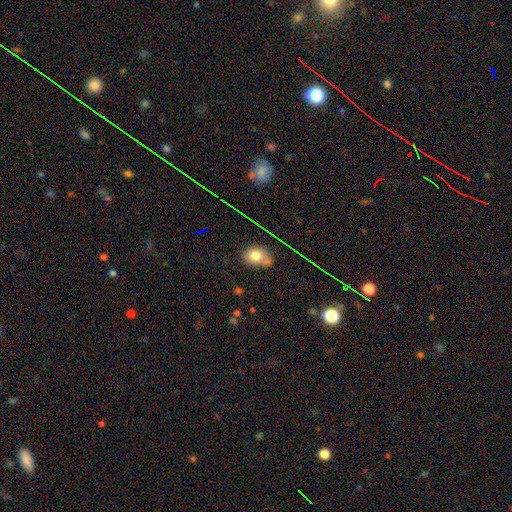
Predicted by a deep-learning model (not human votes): Overall: smooth (76%). How rounded: in between (60%; round 39%). Merging: none (63%).